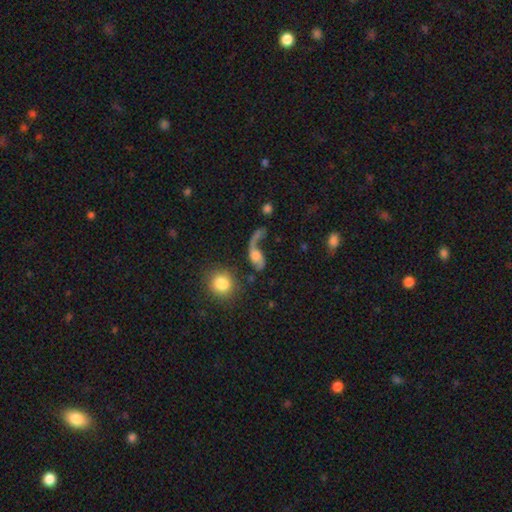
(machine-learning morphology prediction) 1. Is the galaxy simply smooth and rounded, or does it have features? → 73% featured or disk, 19% smooth, 9% star or artifact.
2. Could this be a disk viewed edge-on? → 95% no, 5% yes.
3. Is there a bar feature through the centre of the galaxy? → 62% no, 30% weak, 8% strong.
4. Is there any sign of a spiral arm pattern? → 89% yes, 11% no.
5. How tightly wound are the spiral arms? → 88% loose, 9% medium, 3% tight.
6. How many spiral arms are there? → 65% 2, 30% 1, 2% can't tell, 1% 3, 1% 4, 1% more than 4.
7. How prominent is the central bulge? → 35% moderate, 25% small, 19% large, 17% none, 4% dominant.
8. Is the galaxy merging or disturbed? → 35% none, 33% major disturbance, 17% merger, 15% minor disturbance.